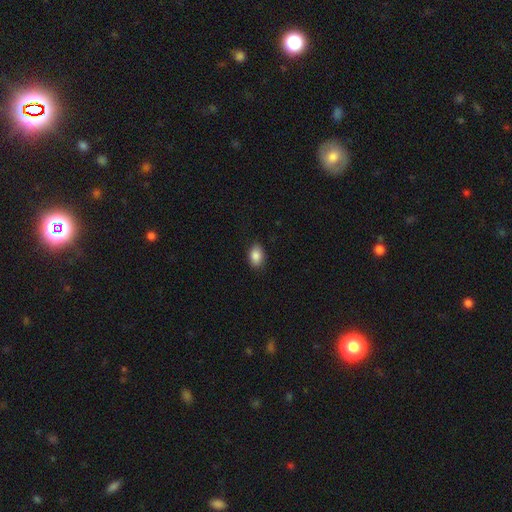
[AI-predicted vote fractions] Overall: smooth (87%). How rounded: in between (83%). Merging: none (86%).